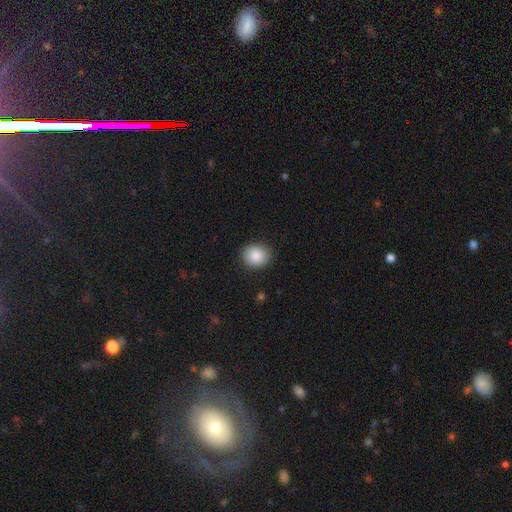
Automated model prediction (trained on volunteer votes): Overall: smooth (87%). How rounded: round (78%). Merging: none (90%).